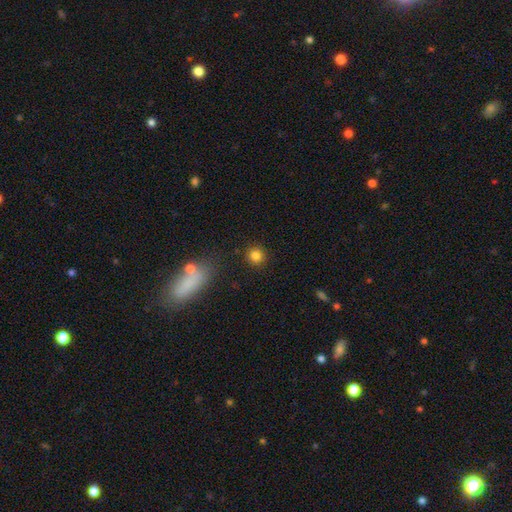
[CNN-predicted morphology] Overall: smooth (83%). How rounded: round (92%). Merging: none (88%).